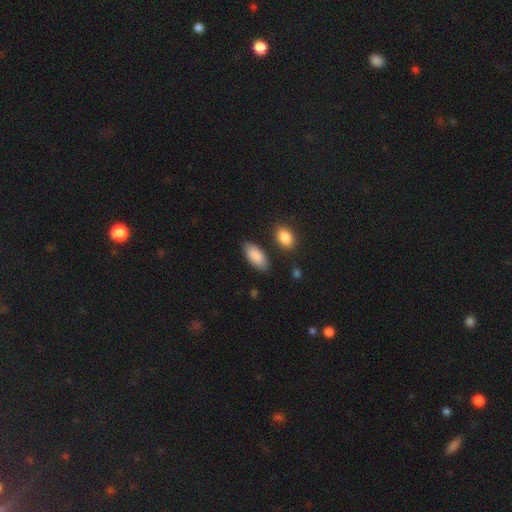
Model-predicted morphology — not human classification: This is clearly a smooth galaxy (89%). How rounded: clearly in between (90%). Merging: clearly none (82%).